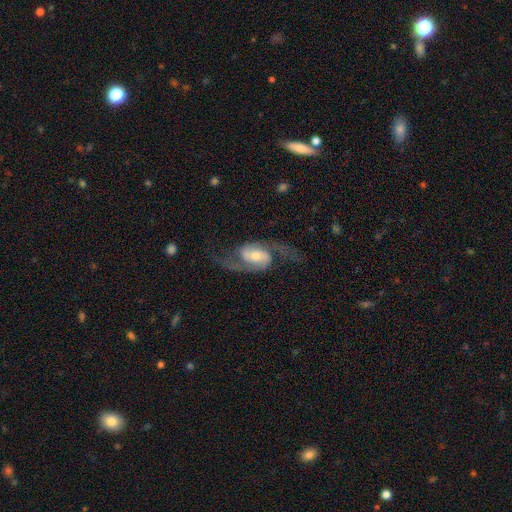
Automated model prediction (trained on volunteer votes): A featured or disk galaxy (88%) with a weak bar (45%), 2 (93%) loose (55%) spiral arms (96%) and a moderate central bulge (54%).

Vote fractions:
- Smooth or featured? featured or disk: 88% / smooth: 7% / star or artifact: 5%
- Edge-on disk? no: 96% / yes: 4%
- Bar? weak: 45% / no: 33% / strong: 22%
- Spiral arms? yes: 96% / no: 4%
- Spiral winding? loose: 55% / medium: 37% / tight: 8%
- Spiral arm count? 2: 93% / can't tell: 2% / 1: 2% / 3: 1% / 4: 1% / more than 4: 1%
- Bulge size? moderate: 54% / small: 35% / large: 8% / none: 2% / dominant: 1%
- Merging? none: 70% / major disturbance: 15% / minor disturbance: 14% / merger: 2%